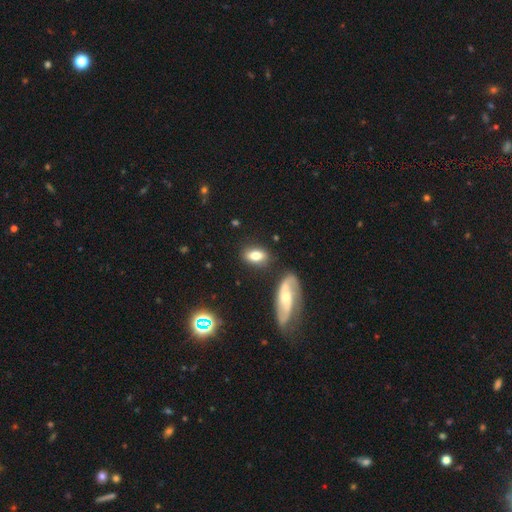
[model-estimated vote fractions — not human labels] A smooth galaxy with no disk features (75%) that is in between round and cigar-shaped (84%).

Vote fractions:
- Smooth or featured? smooth: 75% / featured or disk: 16% / star or artifact: 9%
- How rounded? in between: 84% / round: 12% / cigar-shaped: 4%
- Merging? none: 76% / minor disturbance: 13% / merger: 7% / major disturbance: 4%